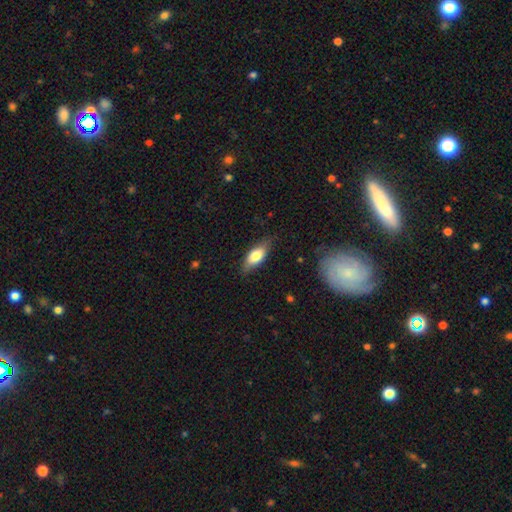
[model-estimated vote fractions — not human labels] smooth 73%, featured or disk 21%, star or artifact 7%. Down the decision tree: how rounded — in between (78%); merging — none (77%).